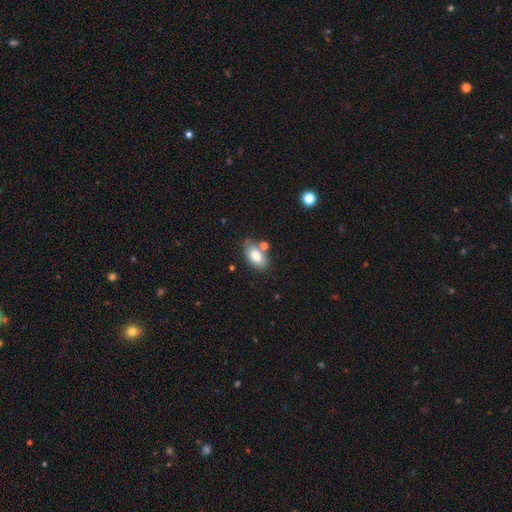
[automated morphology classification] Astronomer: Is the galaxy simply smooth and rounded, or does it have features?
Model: smooth — 79%.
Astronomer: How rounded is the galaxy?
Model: in between — 91%.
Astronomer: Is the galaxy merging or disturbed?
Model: none — 67%.